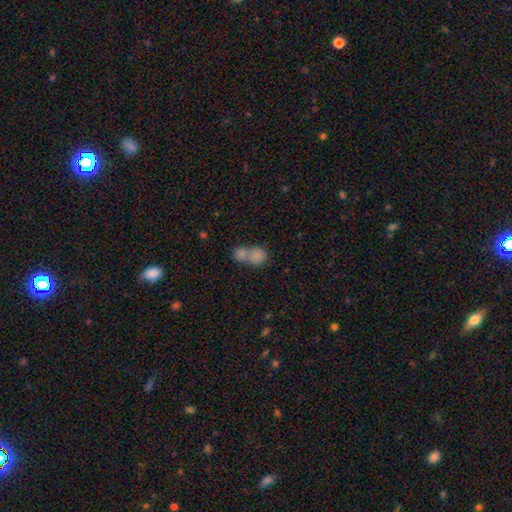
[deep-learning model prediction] Smooth or featured?
  - smooth: 80% *
  - featured or disk: 10%
  - star or artifact: 9%
How rounded?
  - round: 62% *
  - in between: 37%
  - cigar-shaped: 1%
Merging?
  - merger: 70% *
  - none: 21%
  - minor disturbance: 5%
  - major disturbance: 3%